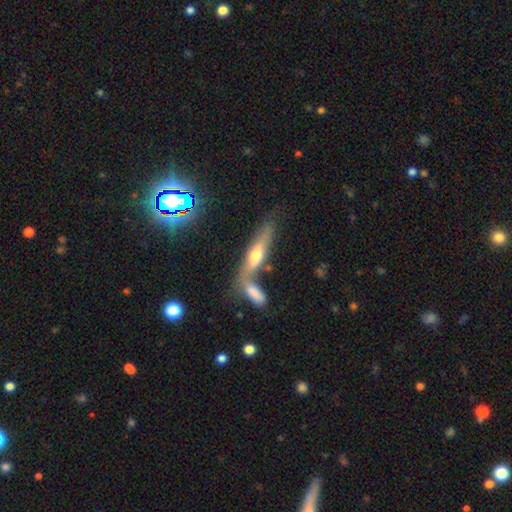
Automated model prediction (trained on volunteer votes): Smooth or featured? Predicted: featured or disk (p=0.47). Merging? Predicted: none (p=0.45).